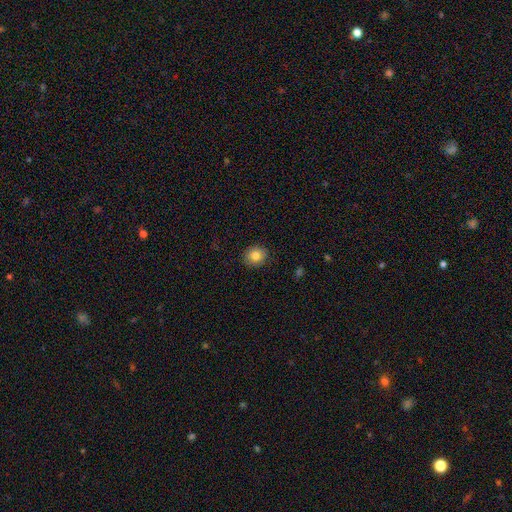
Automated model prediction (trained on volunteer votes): Overall: smooth (82%). How rounded: round (84%). Merging: none (91%).